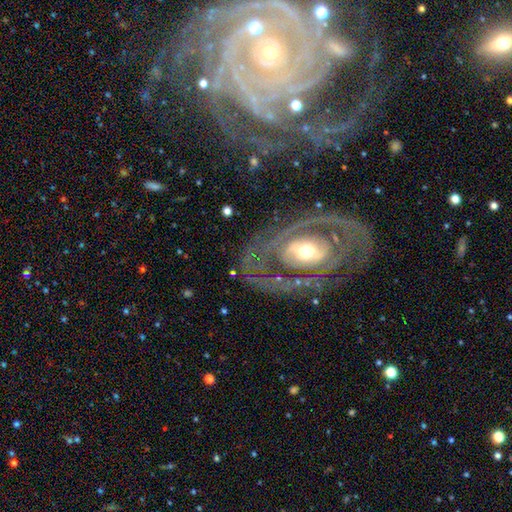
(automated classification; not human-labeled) The model was most divided on "spiral arm count": 2: 38%, can't tell: 31%, 3: 12%, 1: 7%, 4: 6%, more than 4: 6%. More confident: edge-on disk — no (94%); smooth or featured — featured or disk (83%); spiral arms — yes (77%); merging — none (74%); spiral winding — tight (67%); bar — no (63%); bulge size — moderate (61%).